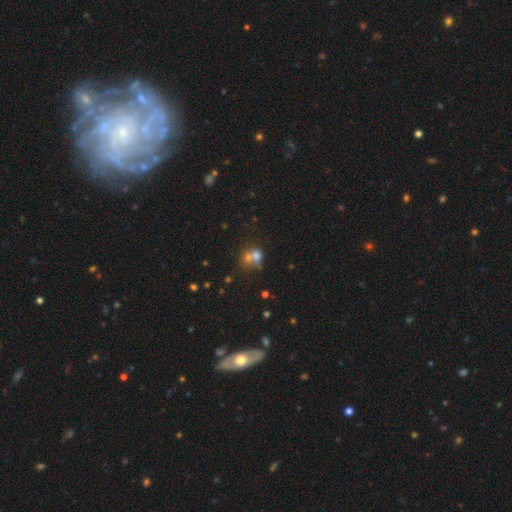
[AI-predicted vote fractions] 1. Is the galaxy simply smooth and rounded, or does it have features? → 66% smooth, 19% featured or disk, 15% star or artifact.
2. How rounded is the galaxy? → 64% round, 35% in between, 1% cigar-shaped.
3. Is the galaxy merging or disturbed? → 61% merger, 26% none, 8% minor disturbance, 5% major disturbance.